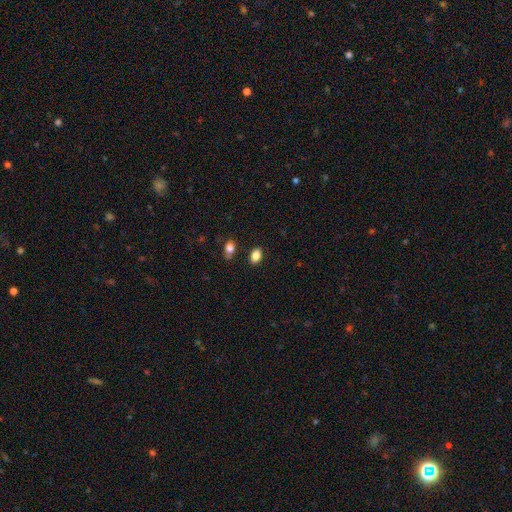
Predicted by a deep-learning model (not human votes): This is clearly a smooth galaxy (86%). How rounded: clearly in between (84%). Merging: clearly none (84%).